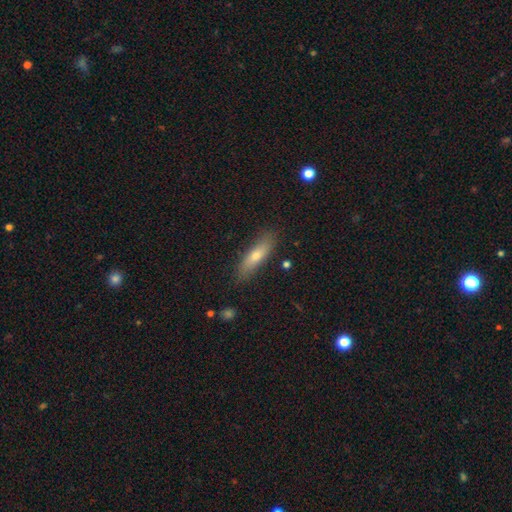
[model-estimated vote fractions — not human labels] This appears to be a smooth galaxy with no disk features (66%) that is cigar-shaped (68%). Merging: none (85%).